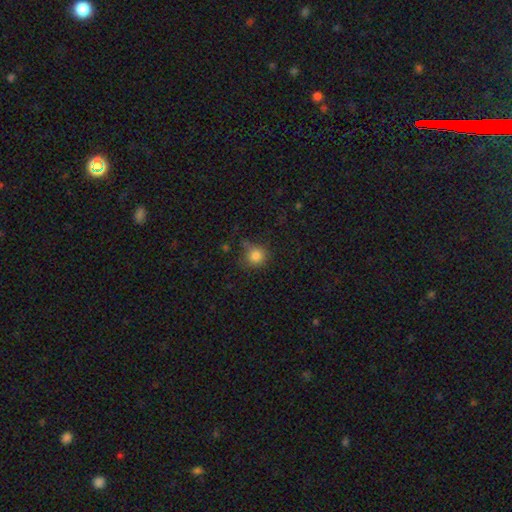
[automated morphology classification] type=smooth (83%); roundness=round (89%); merging=none (70%).